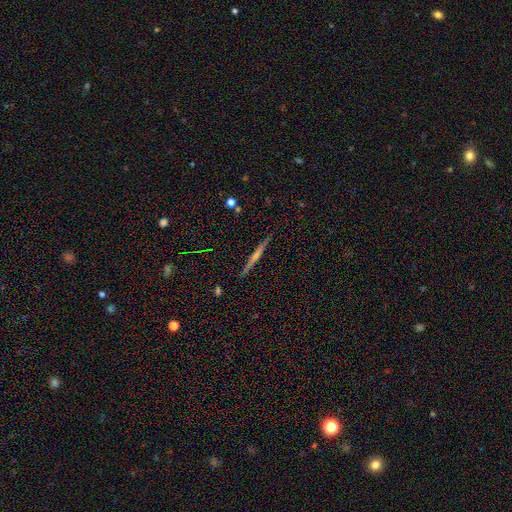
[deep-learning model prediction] Morphology: type=featured or disk (69%); edge-on=yes (98%); edge-on bulge=rounded (64%); merging=none (91%).